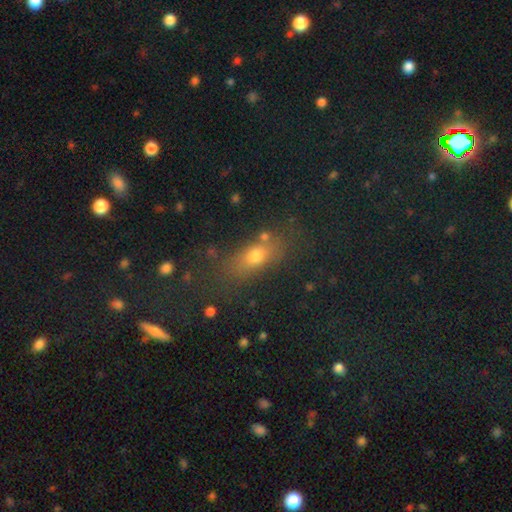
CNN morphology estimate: A smooth galaxy with no disk features (60%) that is in between round and cigar-shaped (56%). Merging: none (72%).